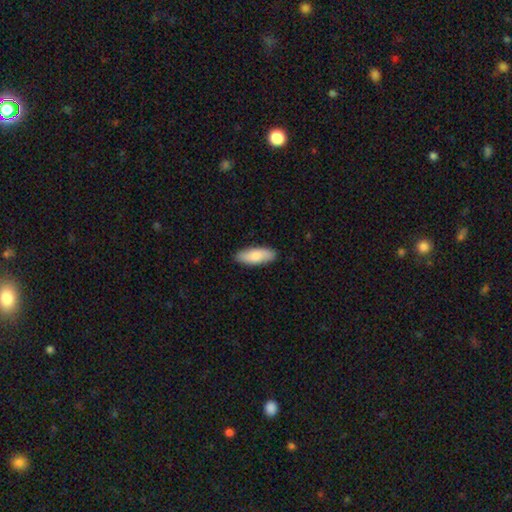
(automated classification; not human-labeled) A smooth galaxy with no disk features (81%) that is in between round and cigar-shaped (71%). Merging: none (89%).